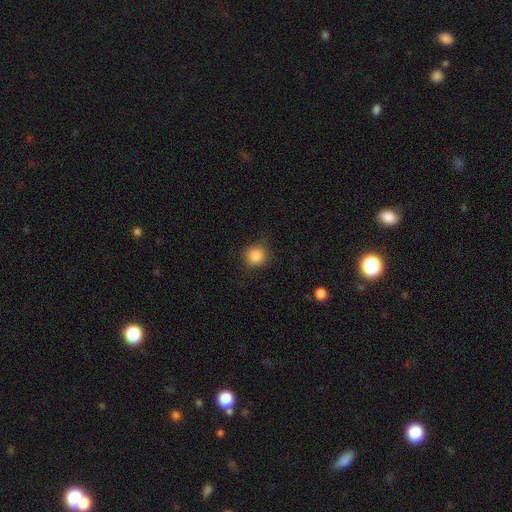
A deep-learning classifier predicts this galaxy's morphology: A smooth galaxy with no disk features (85%) that is round (88%). Merging: none (81%).